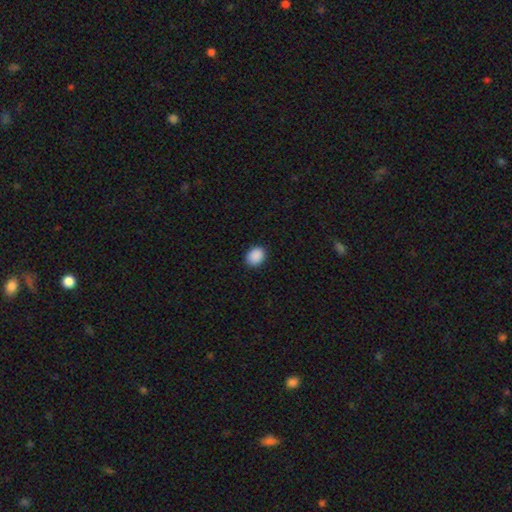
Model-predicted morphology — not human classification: Smooth or featured?
  - smooth: 90% *
  - star or artifact: 8%
  - featured or disk: 2%
How rounded?
  - in between: 50% *
  - round: 49%
  - cigar-shaped: 1%
Merging?
  - none: 90% *
  - minor disturbance: 7%
  - major disturbance: 2%
  - merger: 1%